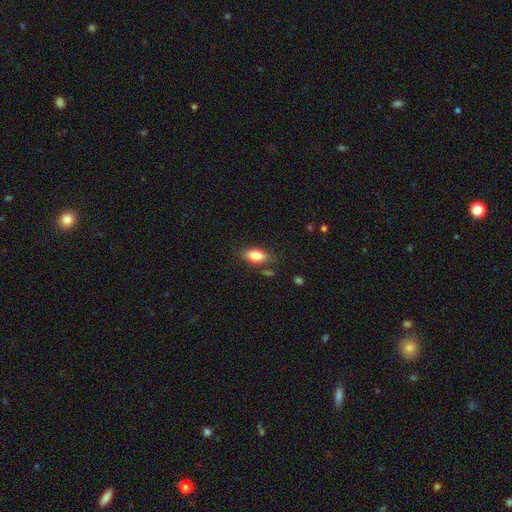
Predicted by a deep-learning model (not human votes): Smooth or featured: smooth — 82% (featured or disk — 10%)
How rounded: in between — 86% (cigar-shaped — 8%)
Merging: none — 78% (minor disturbance — 15%)